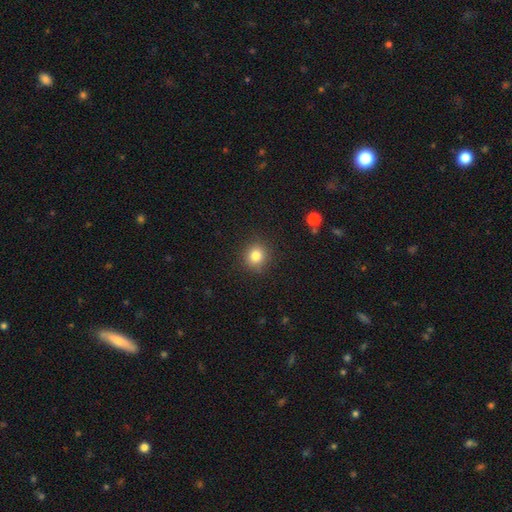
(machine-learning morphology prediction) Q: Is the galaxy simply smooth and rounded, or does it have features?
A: smooth — 82%.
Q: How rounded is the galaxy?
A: round — 89%.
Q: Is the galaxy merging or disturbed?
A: none — 89%.